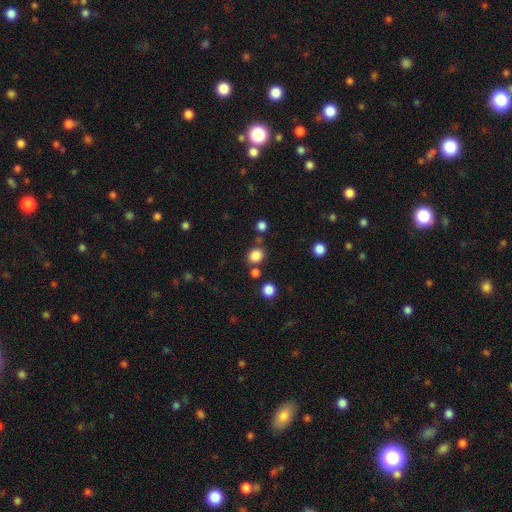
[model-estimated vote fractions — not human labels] smooth_or_featured: smooth (p=0.84) [alt: star or artifact p=0.12]
how_rounded: round (p=0.71) [alt: in between p=0.28]
merging: none (p=0.77) [alt: merger p=0.10]